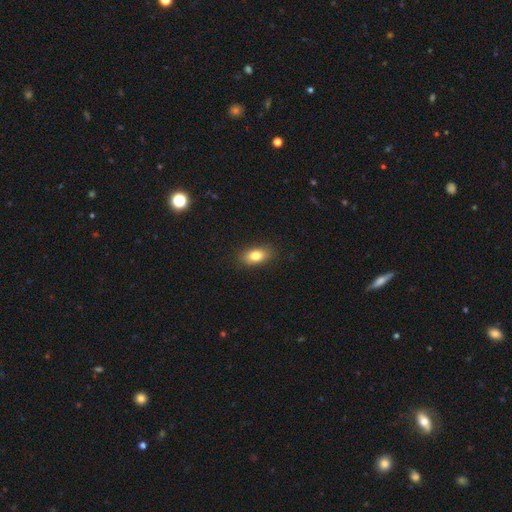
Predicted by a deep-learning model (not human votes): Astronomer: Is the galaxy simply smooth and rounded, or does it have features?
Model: smooth — 81%.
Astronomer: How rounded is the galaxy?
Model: in between — 86%.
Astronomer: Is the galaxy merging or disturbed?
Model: none — 87%.